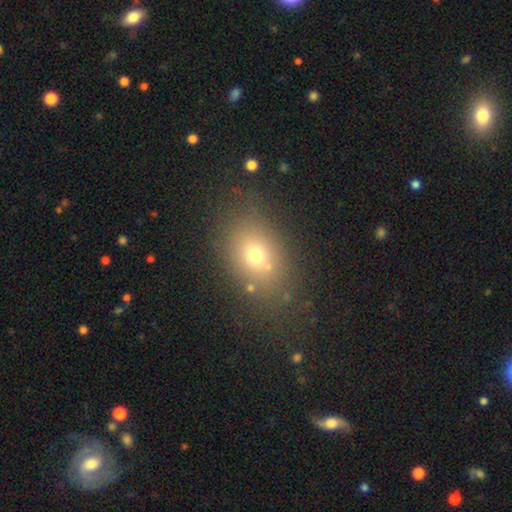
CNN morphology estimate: Smooth or featured?
  - smooth: 68% *
  - star or artifact: 17%
  - featured or disk: 15%
How rounded?
  - in between: 63% *
  - round: 35%
  - cigar-shaped: 2%
Merging?
  - none: 73% *
  - minor disturbance: 14%
  - major disturbance: 8%
  - merger: 5%